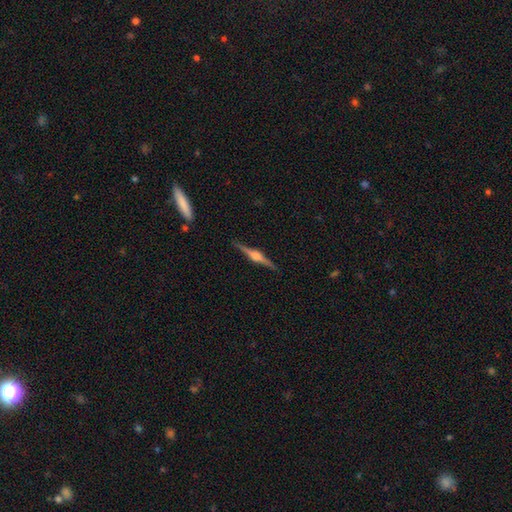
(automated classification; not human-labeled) The model was most divided on "smooth or featured": featured or disk: 85%, smooth: 10%, star or artifact: 5%. More confident: edge-on disk — yes (98%); merging — none (91%); edge-on bulge — rounded (91%).